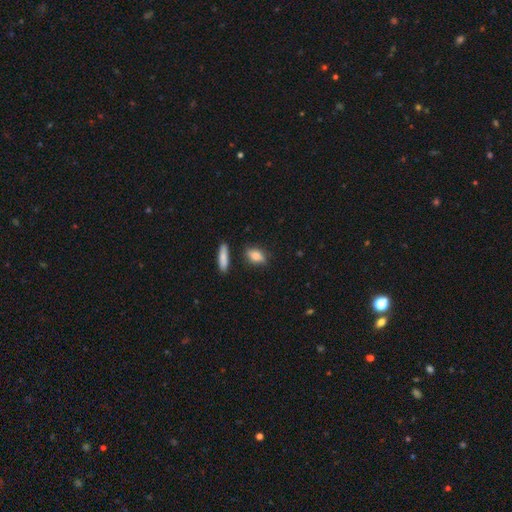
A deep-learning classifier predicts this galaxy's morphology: type=smooth (82%); roundness=in between (76%); merging=none (75%).